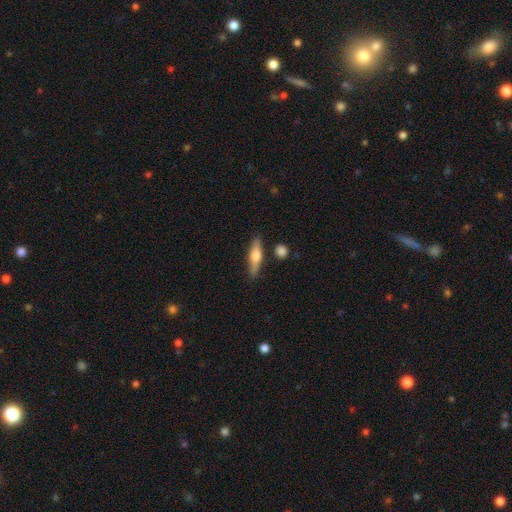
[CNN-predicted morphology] Smooth or featured?
  - featured or disk: 49% *
  - smooth: 45%
  - star or artifact: 6%
Merging?
  - none: 83% *
  - minor disturbance: 10%
  - merger: 5%
  - major disturbance: 2%